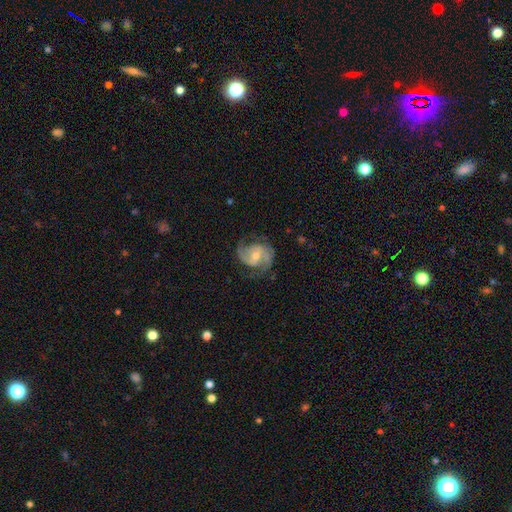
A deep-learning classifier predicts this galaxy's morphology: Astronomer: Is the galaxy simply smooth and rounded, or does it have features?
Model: featured or disk — 85%.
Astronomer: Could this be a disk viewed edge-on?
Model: no — 98%.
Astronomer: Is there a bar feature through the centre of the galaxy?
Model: no — 46% (runner-up: weak, 42%).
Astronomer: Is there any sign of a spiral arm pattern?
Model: yes — 96%.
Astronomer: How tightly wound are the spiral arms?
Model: medium — 53%.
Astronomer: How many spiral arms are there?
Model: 2 — 86%.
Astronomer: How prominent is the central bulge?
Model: moderate — 54% (runner-up: small, 40%).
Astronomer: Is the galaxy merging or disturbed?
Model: none — 72%.